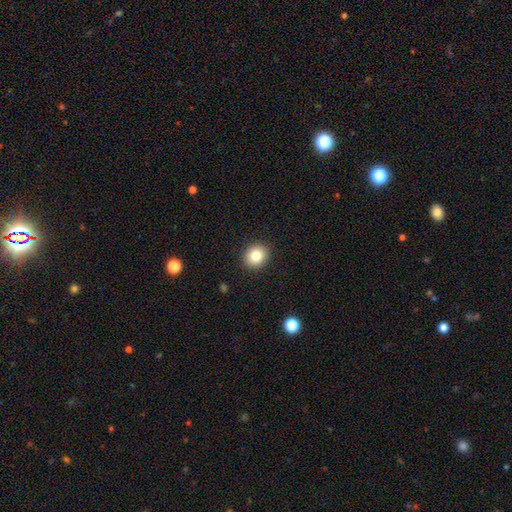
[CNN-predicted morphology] Smooth or featured? Predicted: smooth (p=0.82). How rounded? Predicted: round (p=0.79). Merging? Predicted: none (p=0.91).